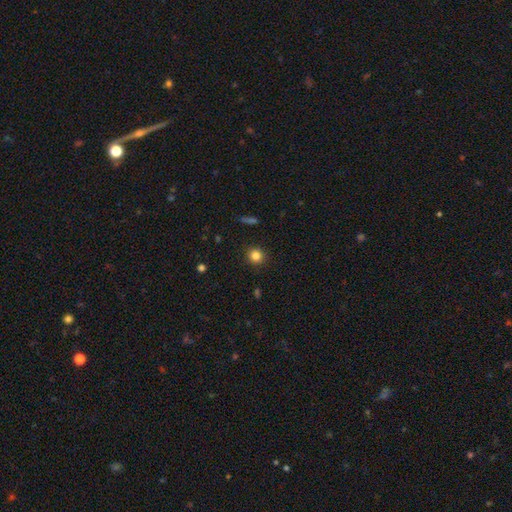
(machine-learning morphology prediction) This appears to be a smooth galaxy with no disk features (83%) that is round (91%). Merging: none (91%).